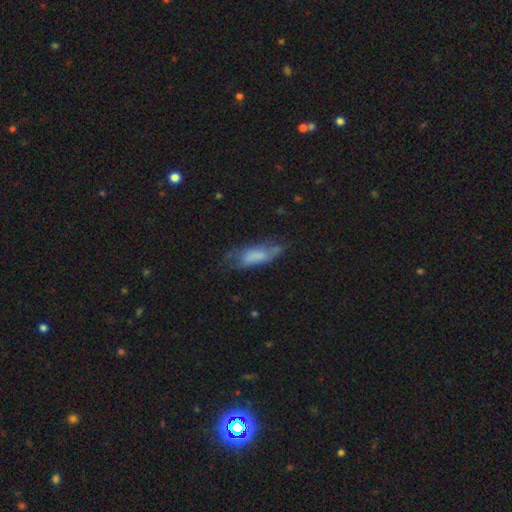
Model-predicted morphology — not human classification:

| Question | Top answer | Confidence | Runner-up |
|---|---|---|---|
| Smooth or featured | smooth | 67% | featured or disk (24%) |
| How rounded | in between | 60% | cigar-shaped (38%) |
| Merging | none | 45% | minor disturbance (32%) |